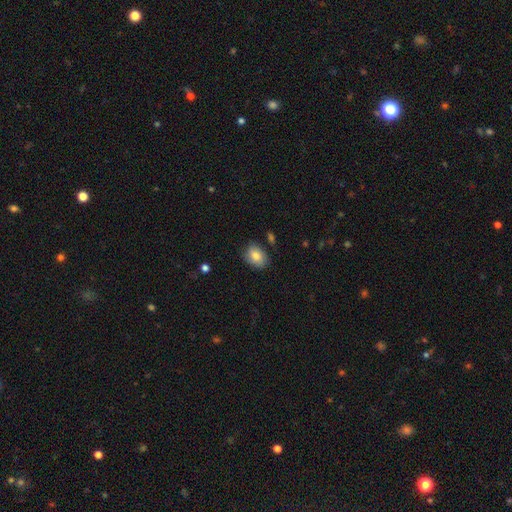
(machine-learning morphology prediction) smooth-or-featured: smooth: 82% | featured or disk: 10% | star or artifact: 8%
  how-rounded: in between: 66% | round: 33% | cigar-shaped: 1%
  merging: none: 80% | minor disturbance: 15% | major disturbance: 3% | merger: 2%